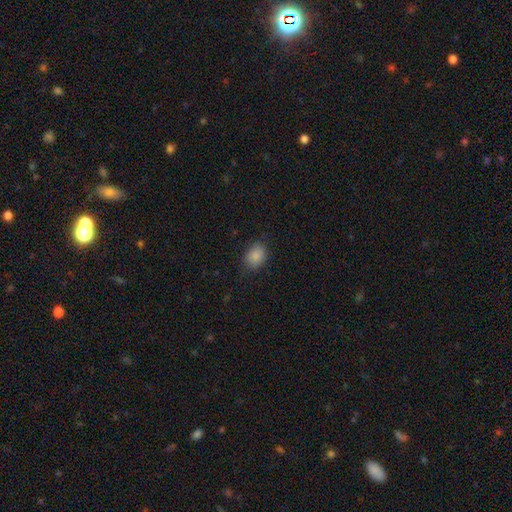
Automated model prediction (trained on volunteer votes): The model was most divided on "how rounded": in between: 69%, round: 30%, cigar-shaped: 1%. More confident: smooth or featured — smooth (87%); merging — none (81%).